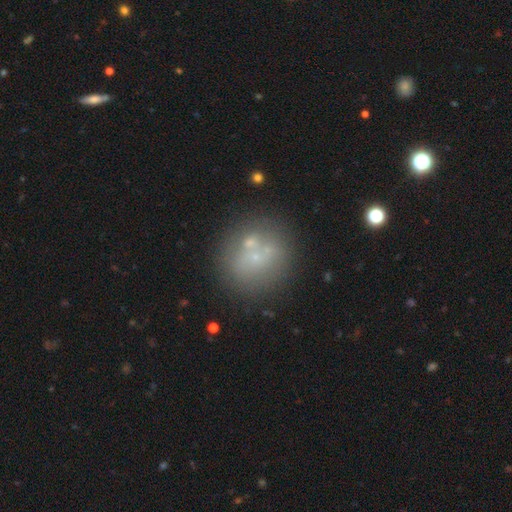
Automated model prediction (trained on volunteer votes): A smooth galaxy with no disk features (47%). Merging: none (65%).